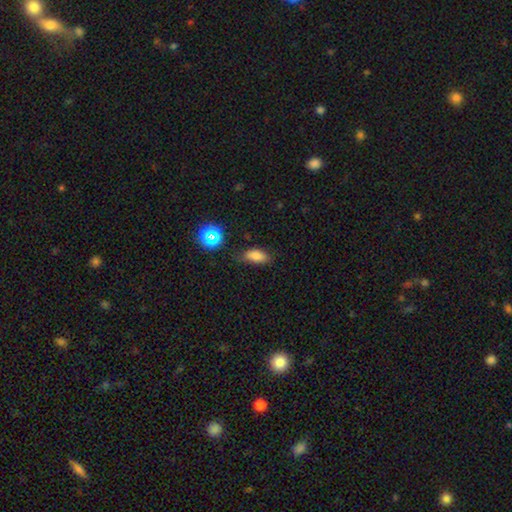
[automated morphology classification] smooth 80%, star or artifact 14%, featured or disk 6%. Down the decision tree: how rounded — in between (85%); merging — none (71%).